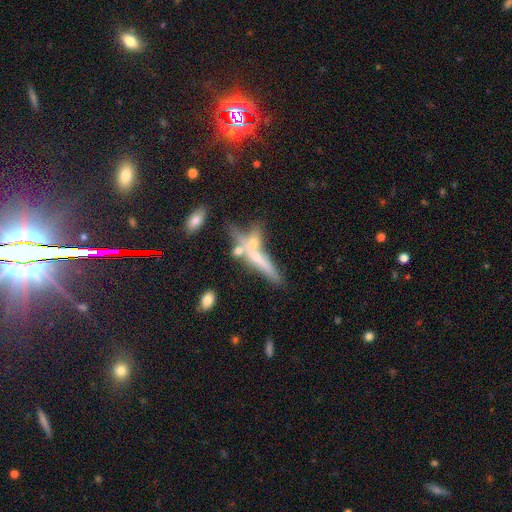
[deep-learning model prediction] This is possibly a featured or disk galaxy (49%). Merging: marginally none (44%).